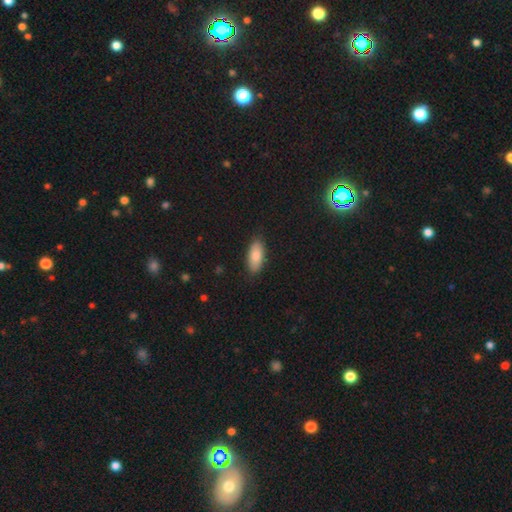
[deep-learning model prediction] Smooth or featured: smooth — 86% (featured or disk — 8%)
How rounded: in between — 87% (cigar-shaped — 11%)
Merging: none — 85% (minor disturbance — 12%)